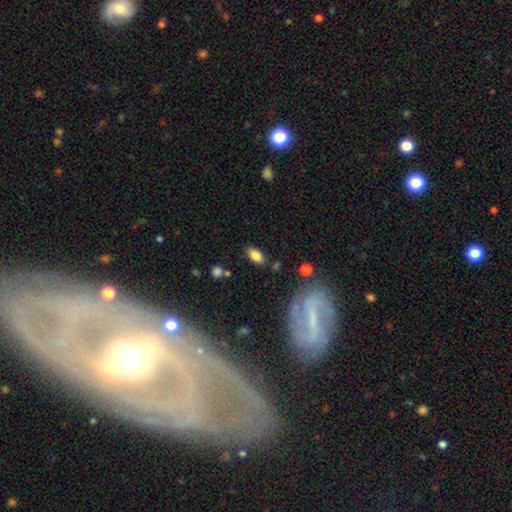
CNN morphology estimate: A smooth galaxy with no disk features (82%) that is in between round and cigar-shaped (91%). Merging: none (82%).